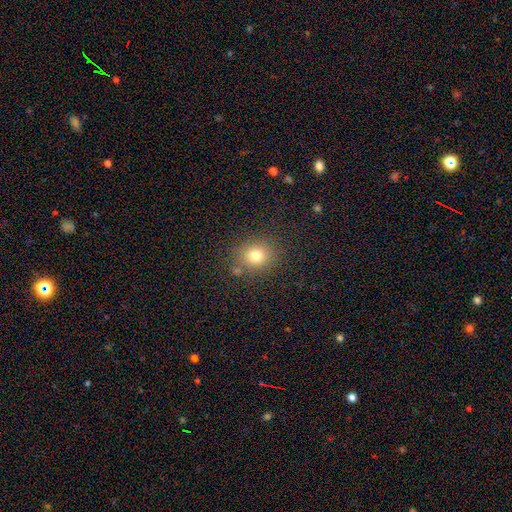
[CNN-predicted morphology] smooth-or-featured: smooth: 77% | star or artifact: 14% | featured or disk: 9%
  how-rounded: round: 70% | in between: 29% | cigar-shaped: 1%
  merging: none: 81% | minor disturbance: 11% | merger: 4% | major disturbance: 4%